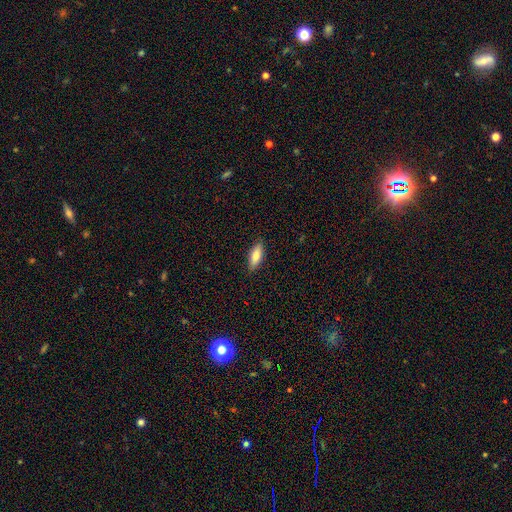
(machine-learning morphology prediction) Smooth or featured? Predicted: smooth (p=0.78). How rounded? Predicted: in between (p=0.69). Merging? Predicted: none (p=0.88).